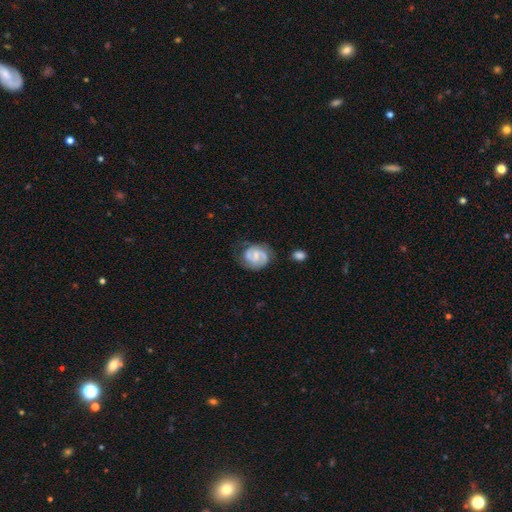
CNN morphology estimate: The model was most divided on "spiral winding": medium: 45%, tight: 39%, loose: 16%. Remaining: edge-on disk — no (98%); spiral arms — yes (93%); spiral arm count — 2 (80%); smooth or featured — featured or disk (73%); merging — none (69%); bulge size — small (53%); bar — weak (49%).